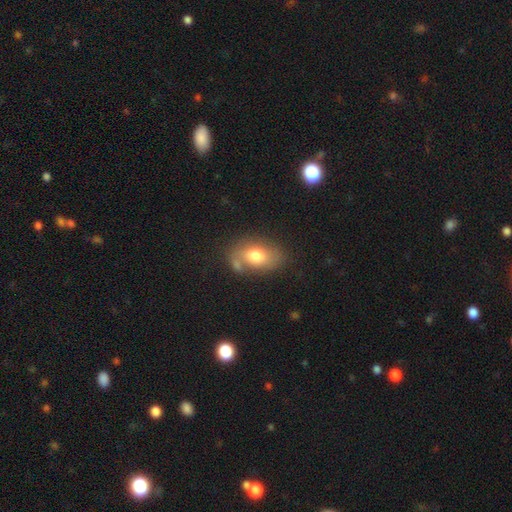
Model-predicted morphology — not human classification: The model was most divided on "merging": none: 57%, minor disturbance: 20%, merger: 15%, major disturbance: 8%. More confident: how rounded — in between (85%); smooth or featured — smooth (72%).